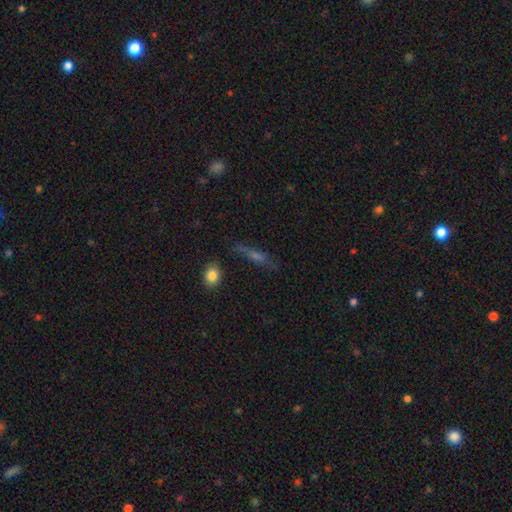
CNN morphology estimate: Smooth or featured?
  - featured or disk: 42% *
  - smooth: 38%
  - star or artifact: 19%
Merging?
  - none: 76% *
  - minor disturbance: 15%
  - major disturbance: 6%
  - merger: 3%